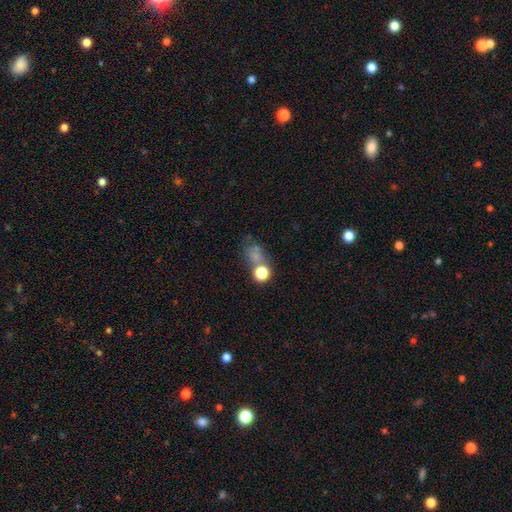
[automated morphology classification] Smooth or featured? Predicted: smooth (p=0.61). How rounded? Predicted: round (p=0.65). Merging? Predicted: none (p=0.46).